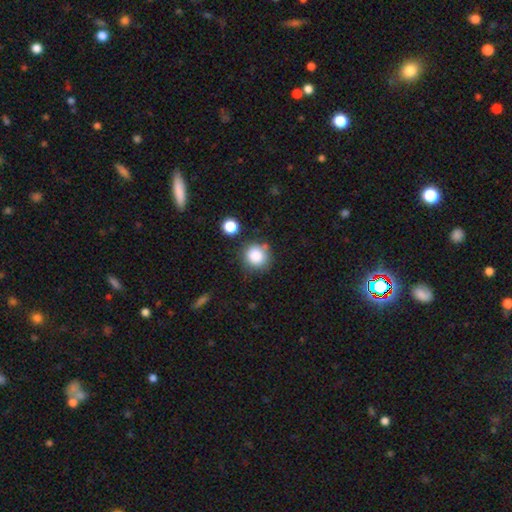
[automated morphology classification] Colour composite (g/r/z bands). It shows a smooth galaxy with no disk features (84%) that is round (89%). Merging: none (73%).